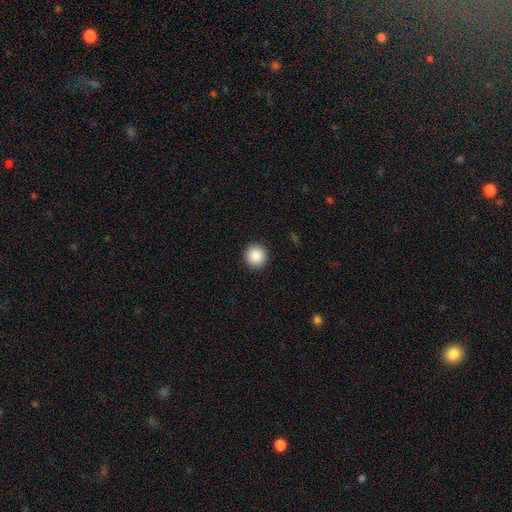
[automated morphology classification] smooth 89%, star or artifact 9%, featured or disk 3%. Down the decision tree: how rounded — round (95%); merging — none (92%).